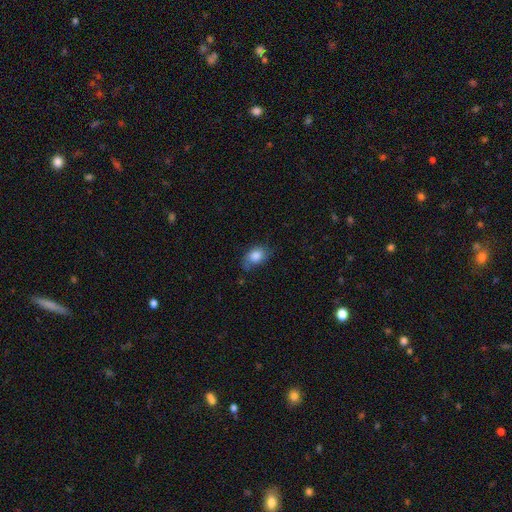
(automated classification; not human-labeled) Smooth or featured?
  - smooth: 81% *
  - featured or disk: 11%
  - star or artifact: 8%
How rounded?
  - in between: 73% *
  - round: 25%
  - cigar-shaped: 1%
Merging?
  - none: 58% *
  - minor disturbance: 32%
  - major disturbance: 9%
  - merger: 2%